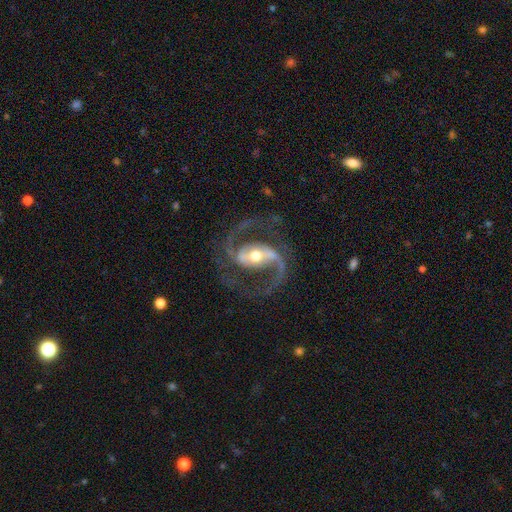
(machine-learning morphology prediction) Overall: featured or disk (93%). Edge-on disk: no (98%). Bar: strong (53%; weak 33%). Spiral arms: yes (98%). Spiral arm count: 2 (93%). Spiral winding: medium (66%). Bulge size: moderate (65%; small 26%). Merging: none (79%).